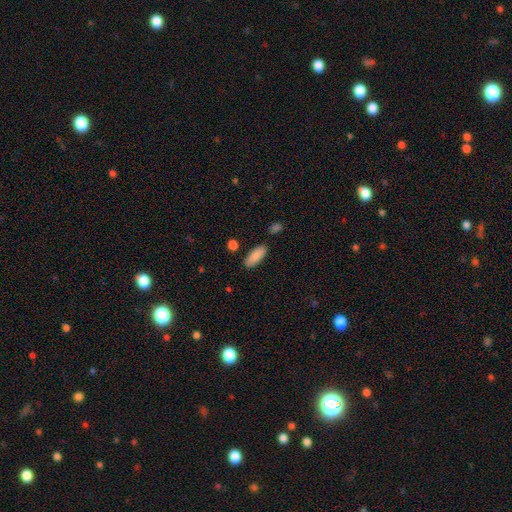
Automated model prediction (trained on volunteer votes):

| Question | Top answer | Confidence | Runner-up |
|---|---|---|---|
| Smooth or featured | smooth | 89% | star or artifact (6%) |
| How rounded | in between | 76% | cigar-shaped (22%) |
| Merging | none | 83% | minor disturbance (11%) |